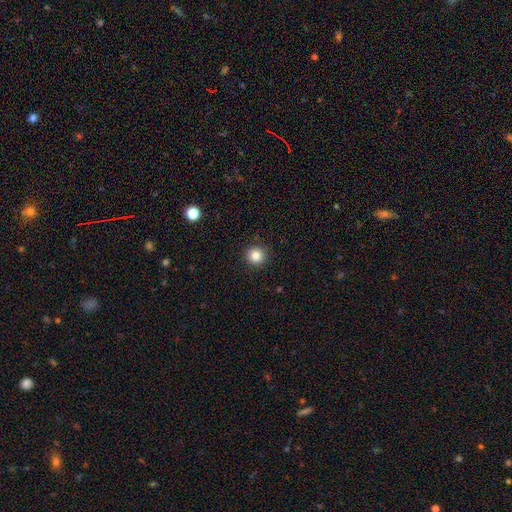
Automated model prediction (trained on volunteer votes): Smooth or featured? Predicted: smooth (p=0.84). How rounded? Predicted: round (p=0.95). Merging? Predicted: none (p=0.92).